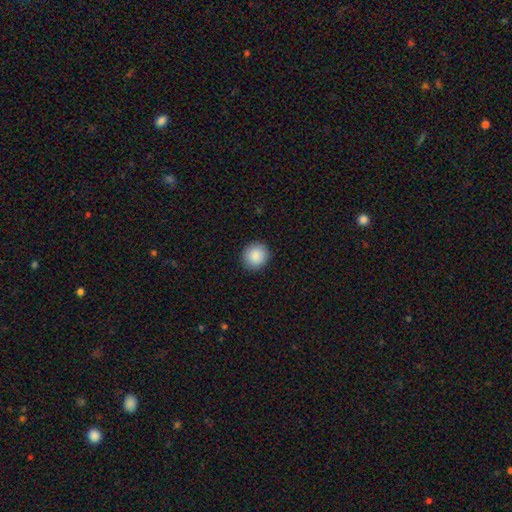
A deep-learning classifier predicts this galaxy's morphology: Overall: smooth (89%). How rounded: round (89%). Merging: none (91%).